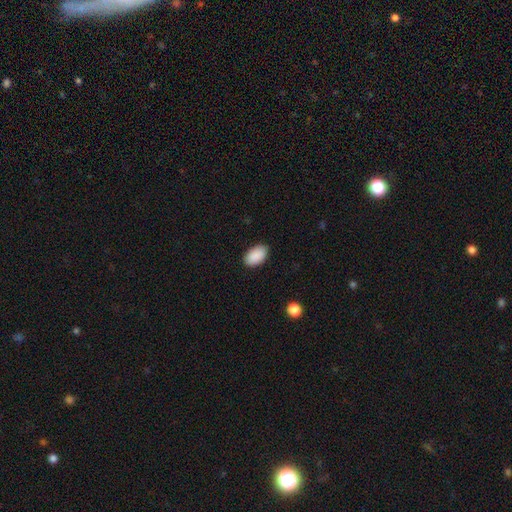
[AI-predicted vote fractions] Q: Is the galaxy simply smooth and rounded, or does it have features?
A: smooth — 91%.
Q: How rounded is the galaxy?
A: in between — 94%.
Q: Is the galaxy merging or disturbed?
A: none — 87%.